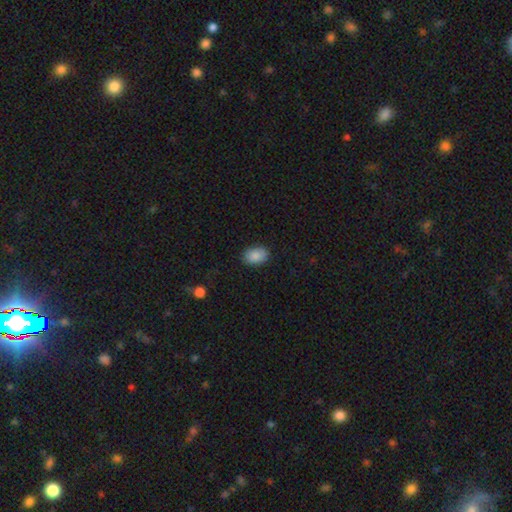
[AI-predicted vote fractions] smooth-or-featured: smooth: 88% | star or artifact: 7% | featured or disk: 4%
  how-rounded: in between: 84% | round: 15% | cigar-shaped: 1%
  merging: none: 86% | minor disturbance: 10% | major disturbance: 2% | merger: 1%